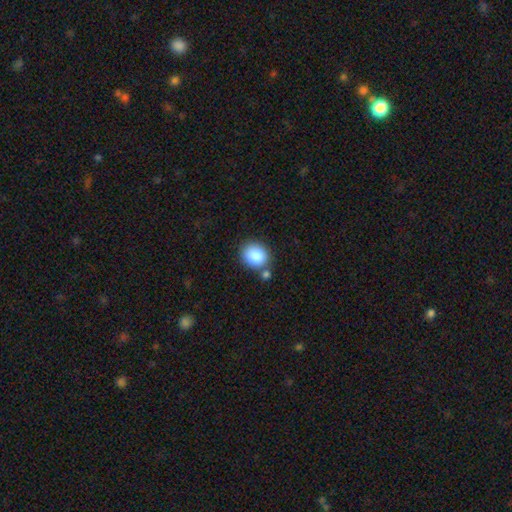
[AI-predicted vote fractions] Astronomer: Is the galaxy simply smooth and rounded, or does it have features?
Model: smooth — 87%.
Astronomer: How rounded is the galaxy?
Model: round — 66%.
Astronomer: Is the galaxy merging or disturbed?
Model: none — 68%.